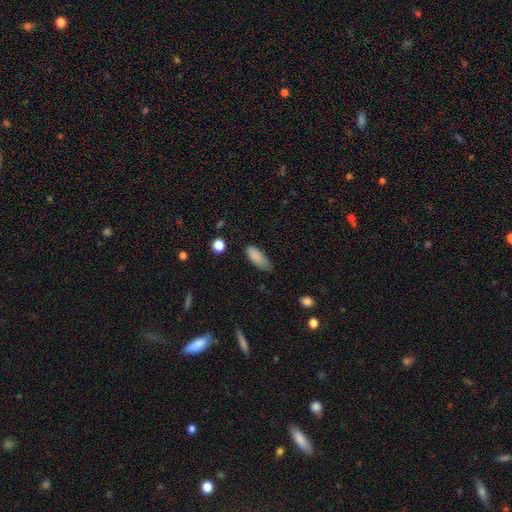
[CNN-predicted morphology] Smooth or featured?
  - smooth: 87% *
  - star or artifact: 8%
  - featured or disk: 5%
How rounded?
  - in between: 77% *
  - cigar-shaped: 21%
  - round: 2%
Merging?
  - none: 63% *
  - minor disturbance: 28%
  - major disturbance: 6%
  - merger: 2%